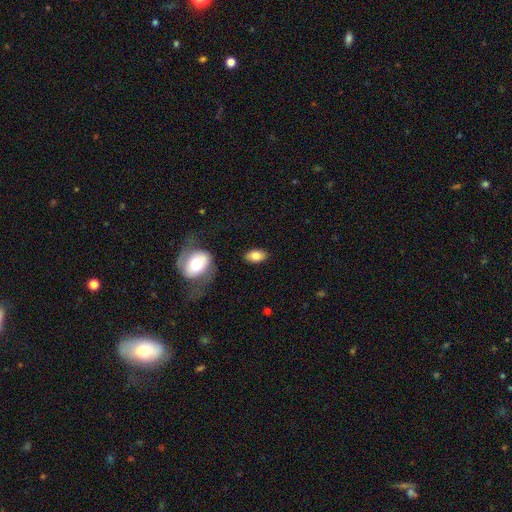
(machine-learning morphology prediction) This appears to be a smooth galaxy with no disk features (80%) that is in between round and cigar-shaped (91%). Merging: none (84%).